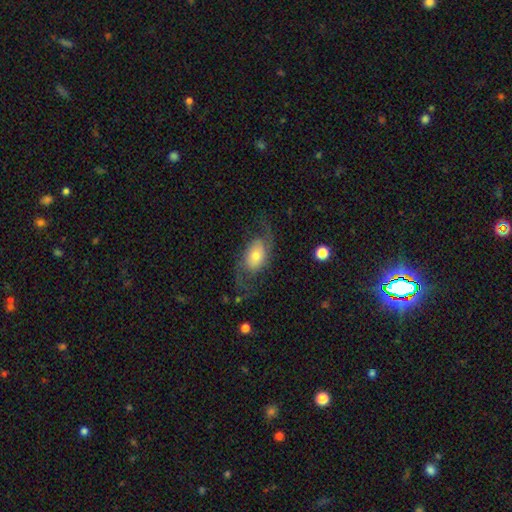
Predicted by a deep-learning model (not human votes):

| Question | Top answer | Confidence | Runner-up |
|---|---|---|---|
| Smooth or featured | featured or disk | 71% | smooth (21%) |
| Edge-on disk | no | 94% | yes (6%) |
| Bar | no | 68% | weak (25%) |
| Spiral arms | yes | 91% | no (9%) |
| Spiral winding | loose | 58% | medium (33%) |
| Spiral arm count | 2 | 89% | can't tell (4%) |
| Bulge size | moderate | 43% | small (36%) |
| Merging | none | 62% | major disturbance (20%) |